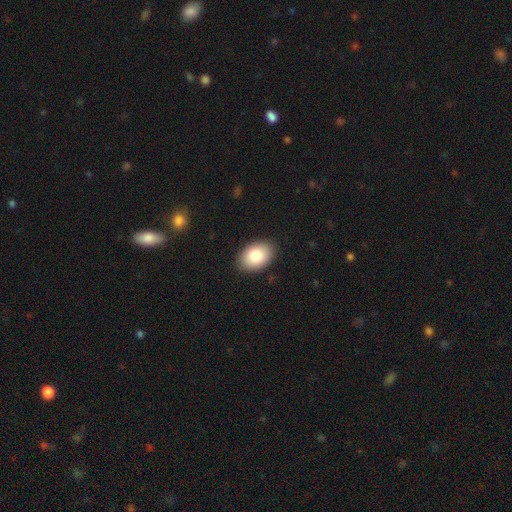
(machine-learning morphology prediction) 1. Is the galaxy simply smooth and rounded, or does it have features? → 83% smooth, 10% featured or disk, 7% star or artifact.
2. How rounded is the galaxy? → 85% in between, 14% round, 1% cigar-shaped.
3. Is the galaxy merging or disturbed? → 89% none, 8% minor disturbance, 2% major disturbance, 1% merger.